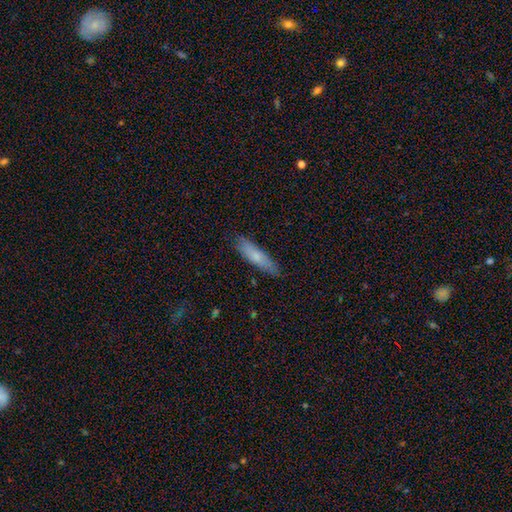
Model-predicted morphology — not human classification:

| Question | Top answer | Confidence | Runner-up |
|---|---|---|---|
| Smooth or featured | smooth | 72% | featured or disk (22%) |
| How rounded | cigar-shaped | 76% | in between (23%) |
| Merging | none | 84% | minor disturbance (12%) |